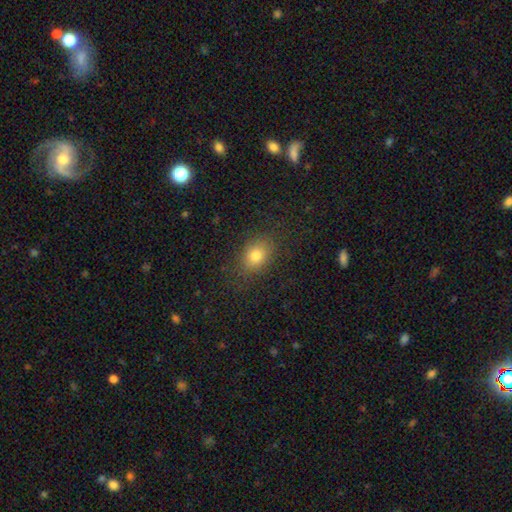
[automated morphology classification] The model was most divided on "how rounded": in between: 60%, round: 39%, cigar-shaped: 1%. More confident: merging — none (83%); smooth or featured — smooth (80%).